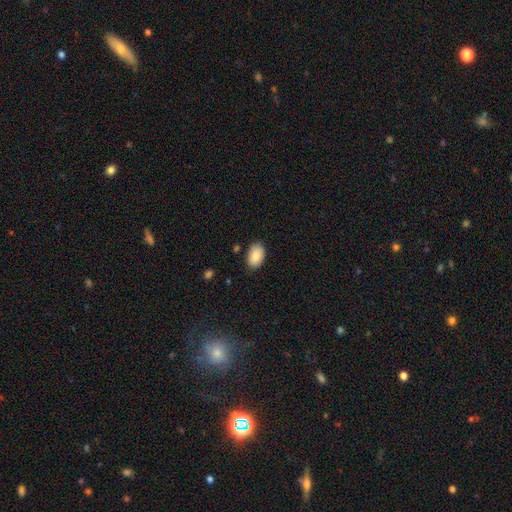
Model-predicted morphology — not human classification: smooth-or-featured: smooth: 87% | star or artifact: 7% | featured or disk: 6%
  how-rounded: in between: 92% | round: 7% | cigar-shaped: 1%
  merging: none: 83% | minor disturbance: 13% | major disturbance: 3% | merger: 2%